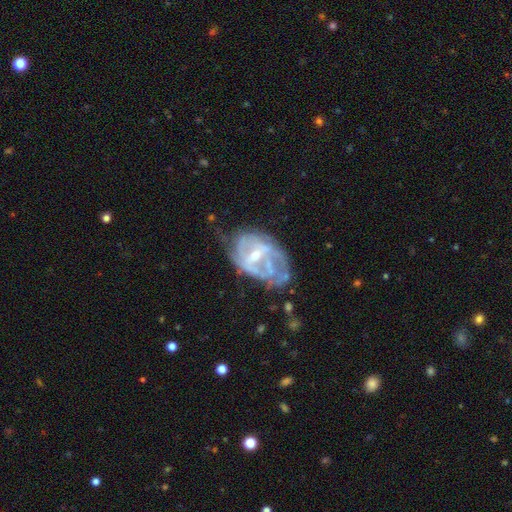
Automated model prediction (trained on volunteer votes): Smooth or featured? featured or disk (81%)
Edge-on disk? no (96%)
Bar? weak (46%)
Spiral arms? yes (72%)
Spiral winding? tight (39%, tied with medium)
Spiral arm count? can't tell (40%)
Bulge size? small (50%)
Merging? none (42%)